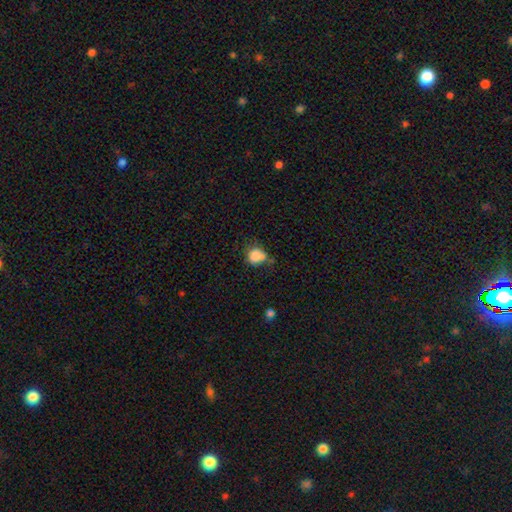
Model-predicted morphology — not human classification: A smooth galaxy with no disk features (82%) that is round (72%).

Vote fractions:
- Smooth or featured? smooth: 82% / star or artifact: 10% / featured or disk: 8%
- How rounded? round: 72% / in between: 27% / cigar-shaped: 1%
- Merging? none: 45% / minor disturbance: 30% / merger: 13% / major disturbance: 11%